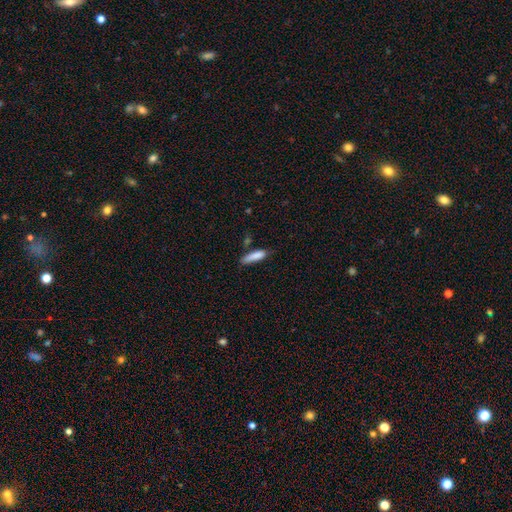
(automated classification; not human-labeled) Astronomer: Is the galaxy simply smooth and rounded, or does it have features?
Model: smooth — 84%.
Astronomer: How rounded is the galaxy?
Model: cigar-shaped — 71%.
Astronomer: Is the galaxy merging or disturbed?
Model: none — 62%.